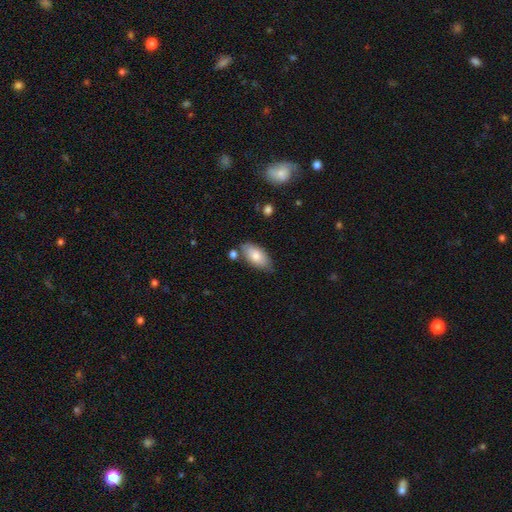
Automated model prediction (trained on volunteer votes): Overall: smooth (80%). How rounded: in between (92%). Merging: none (74%).